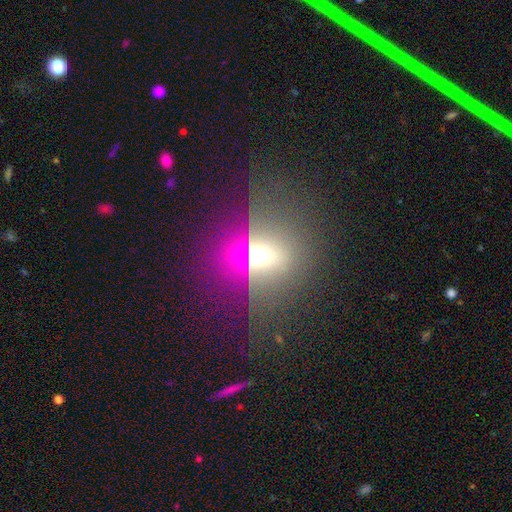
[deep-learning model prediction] The model was most divided on "smooth or featured": featured or disk: 39%, smooth: 32%, star or artifact: 29%. More confident: merging — none (60%).